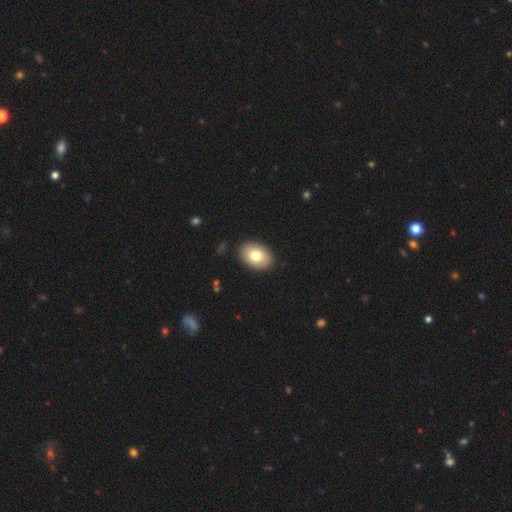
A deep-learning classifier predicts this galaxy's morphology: type=smooth (78%); roundness=in between (82%); merging=none (90%).